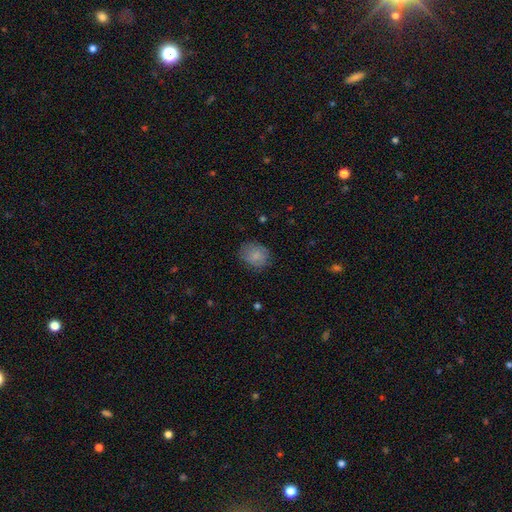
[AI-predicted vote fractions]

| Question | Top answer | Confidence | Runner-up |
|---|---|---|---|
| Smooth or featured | smooth | 80% | featured or disk (11%) |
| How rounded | round | 57% | in between (42%) |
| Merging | none | 73% | minor disturbance (20%) |